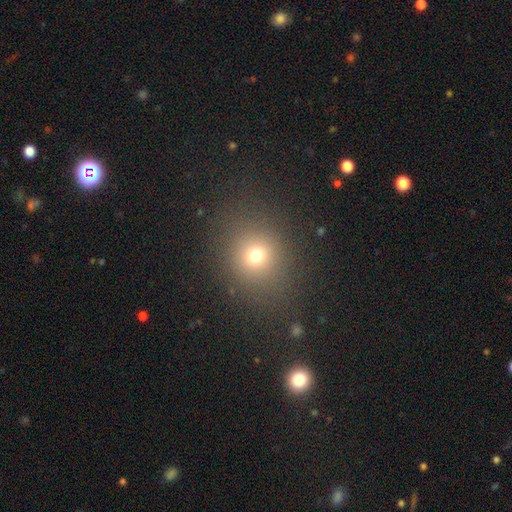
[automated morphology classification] A smooth galaxy with no disk features (70%) that is round (77%). Merging: none (82%).